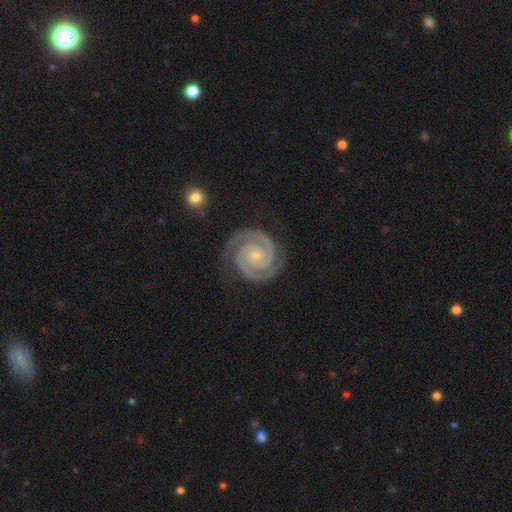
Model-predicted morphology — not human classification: smooth-or-featured: featured or disk: 94% | star or artifact: 4% | smooth: 2%
  disk-edge-on: no: 98% | yes: 2%
    bar: no: 74% | weak: 17% | strong: 9%
    has-spiral-arms: yes: 99% | no: 1%
      spiral-winding: tight: 81% | medium: 17% | loose: 2%
      spiral-arm-count: 2: 92% | 3: 4% | can't tell: 1% | 4: 1% | 1: 1% | more than 4: 1%
    bulge-size: small: 76% | moderate: 20% | none: 3% | large: 1% | dominant: 1%
  merging: none: 84% | minor disturbance: 12% | major disturbance: 3% | merger: 1%